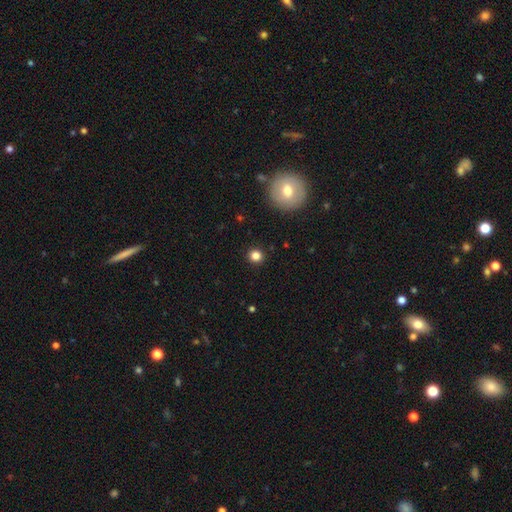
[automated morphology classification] smooth-or-featured: smooth: 82% | star or artifact: 13% | featured or disk: 5%
  how-rounded: round: 91% | in between: 8% | cigar-shaped: 1%
  merging: none: 91% | minor disturbance: 5% | major disturbance: 2% | merger: 1%